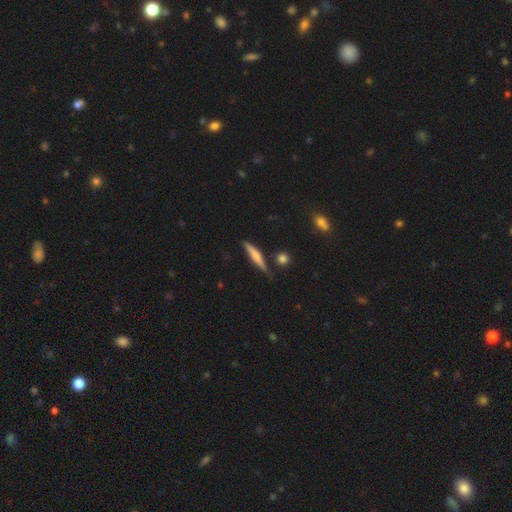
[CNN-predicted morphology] Smooth or featured: smooth — 48% (featured or disk — 46%)
Merging: none — 78% (minor disturbance — 14%)